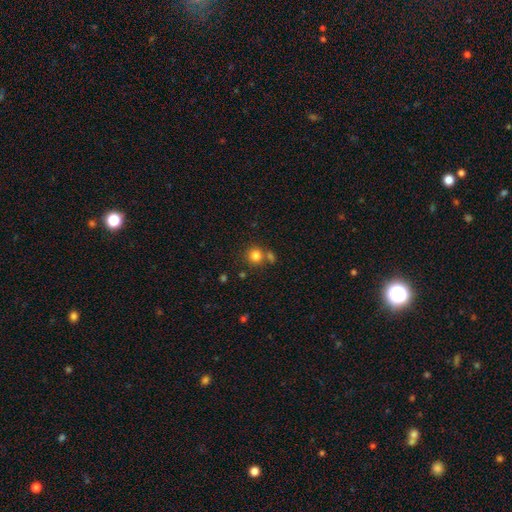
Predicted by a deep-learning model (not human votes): Smooth or featured?
  - smooth: 81% *
  - star or artifact: 12%
  - featured or disk: 6%
How rounded?
  - round: 91% *
  - in between: 8%
  - cigar-shaped: 1%
Merging?
  - none: 68% *
  - merger: 20%
  - minor disturbance: 8%
  - major disturbance: 3%